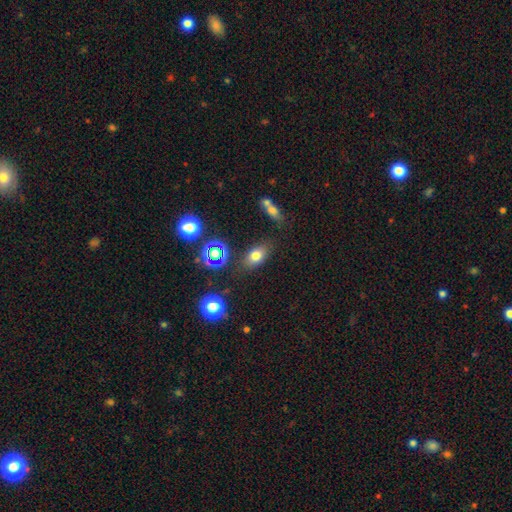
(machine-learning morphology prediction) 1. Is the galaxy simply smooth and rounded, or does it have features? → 71% smooth, 17% star or artifact, 12% featured or disk.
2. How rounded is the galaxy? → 79% in between, 17% round, 4% cigar-shaped.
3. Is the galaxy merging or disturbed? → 80% none, 12% minor disturbance, 4% merger, 4% major disturbance.